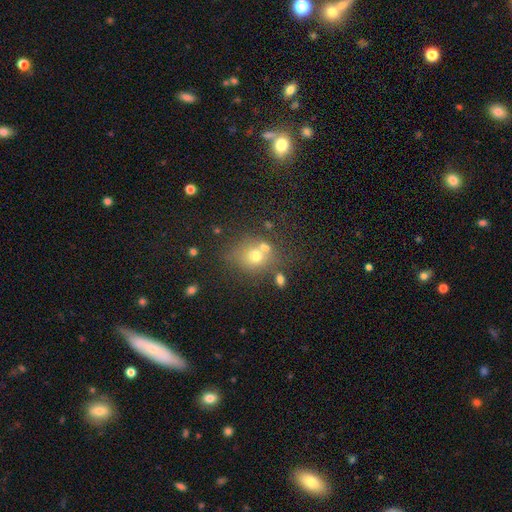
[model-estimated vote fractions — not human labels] Smooth or featured? Predicted: smooth (p=0.66). How rounded? Predicted: round (p=0.75). Merging? Predicted: none (p=0.52).